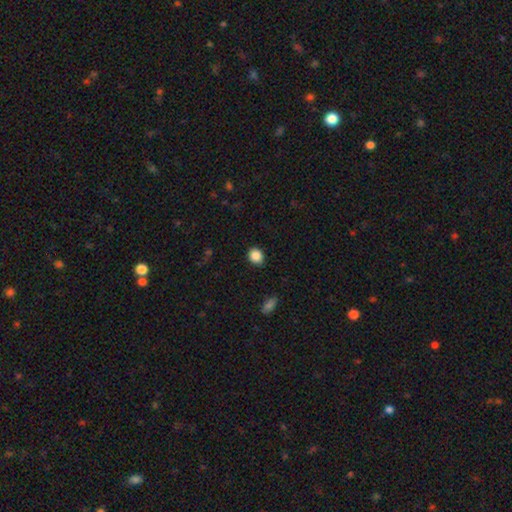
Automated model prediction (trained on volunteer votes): smooth_or_featured: smooth (p=0.87) [alt: star or artifact p=0.09]
how_rounded: round (p=0.68) [alt: in between p=0.31]
merging: none (p=0.89) [alt: minor disturbance p=0.08]